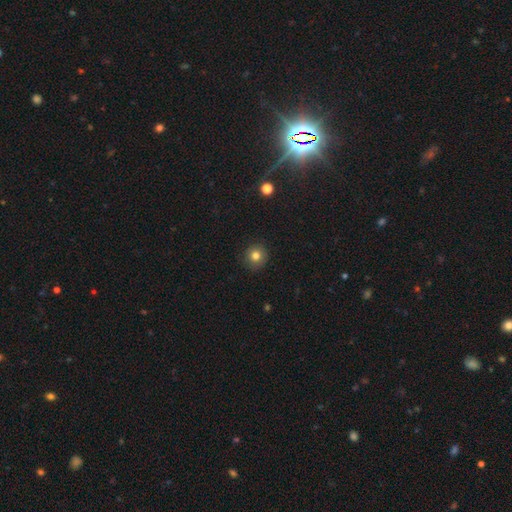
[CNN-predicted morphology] This appears to be a smooth galaxy with no disk features (80%) that is round (93%). Merging: none (90%).